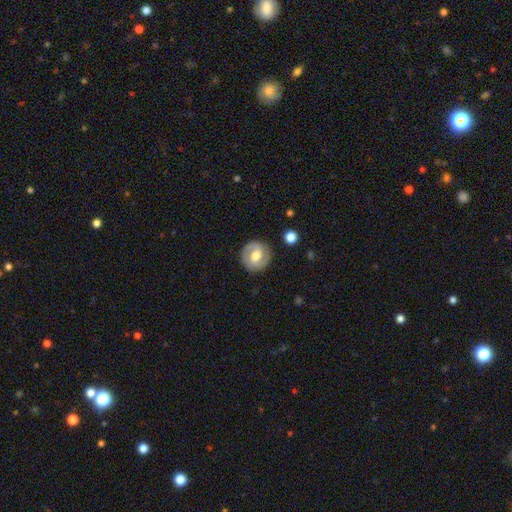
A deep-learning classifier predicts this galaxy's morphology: Smooth or featured? Predicted: featured or disk (p=0.65). Edge-on disk? Predicted: no (p=0.97). Bar? Predicted: weak (p=0.48). Spiral arms? Predicted: yes (p=0.83). Spiral winding? Predicted: tight (p=0.47). Spiral arm count? Predicted: 2 (p=0.86). Bulge size? Predicted: moderate (p=0.72). Merging? Predicted: none (p=0.87).